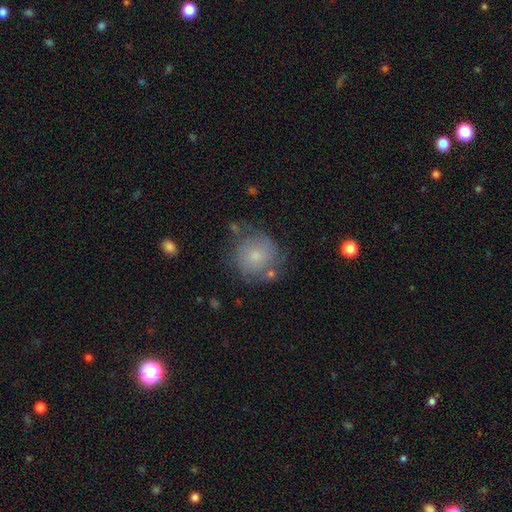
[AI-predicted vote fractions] Smooth or featured? smooth (56%)
How rounded? round (88%)
Merging? none (59%)